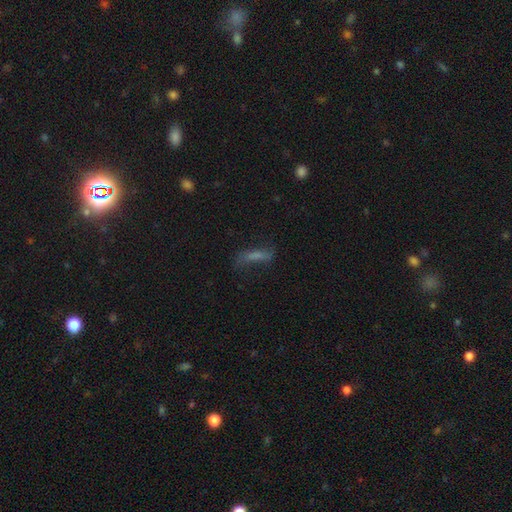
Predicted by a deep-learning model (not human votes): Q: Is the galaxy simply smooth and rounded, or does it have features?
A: smooth — 49%.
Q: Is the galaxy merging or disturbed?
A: none — 58%.